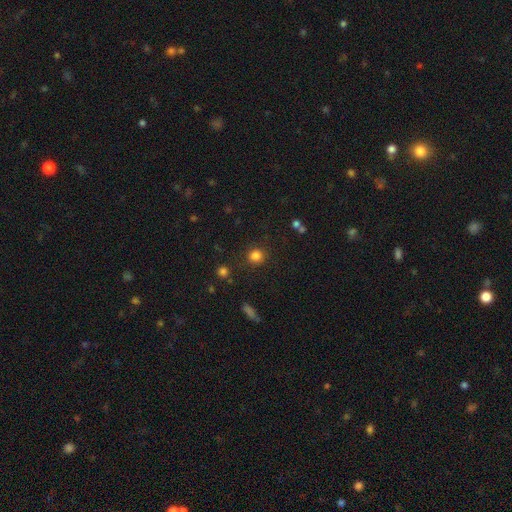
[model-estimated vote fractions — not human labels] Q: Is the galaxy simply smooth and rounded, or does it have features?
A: smooth — 82%.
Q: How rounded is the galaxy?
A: round — 88%.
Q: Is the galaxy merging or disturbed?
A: none — 86%.